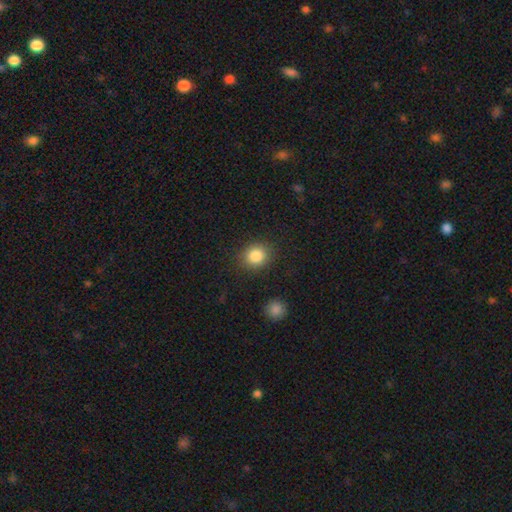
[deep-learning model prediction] A smooth galaxy with no disk features (85%) that is round (76%).

Vote fractions:
- Smooth or featured? smooth: 85% / star or artifact: 10% / featured or disk: 5%
- How rounded? round: 76% / in between: 23% / cigar-shaped: 1%
- Merging? none: 86% / minor disturbance: 9% / major disturbance: 3% / merger: 2%